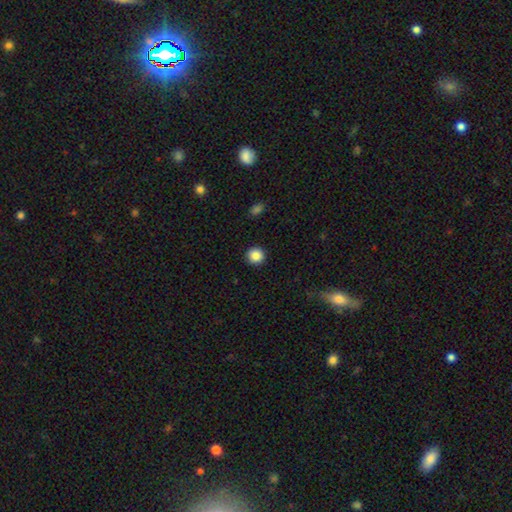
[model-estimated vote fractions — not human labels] A smooth galaxy with no disk features (87%) that is round (95%). Merging: none (92%).